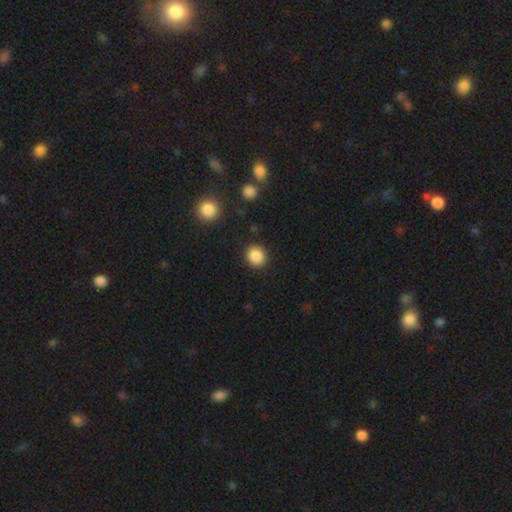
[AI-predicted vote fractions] smooth_or_featured: smooth (p=0.88) [alt: star or artifact p=0.09]
how_rounded: round (p=0.84) [alt: in between p=0.16]
merging: none (p=0.89) [alt: minor disturbance p=0.07]